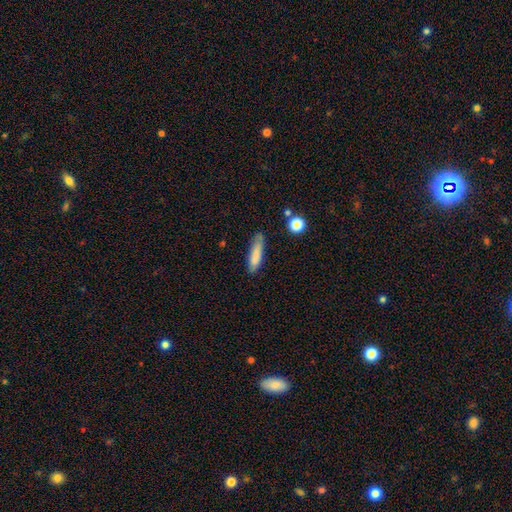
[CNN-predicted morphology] smooth_or_featured: smooth (p=0.82) [alt: featured or disk p=0.11]
how_rounded: cigar-shaped (p=0.76) [alt: in between p=0.23]
merging: none (p=0.71) [alt: minor disturbance p=0.21]